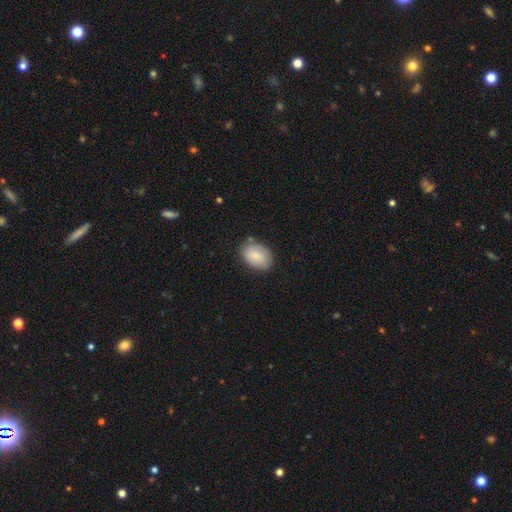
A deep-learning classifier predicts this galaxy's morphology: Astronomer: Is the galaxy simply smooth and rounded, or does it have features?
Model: smooth — 85%.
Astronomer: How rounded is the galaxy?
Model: in between — 82%.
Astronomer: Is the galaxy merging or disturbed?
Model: none — 79%.